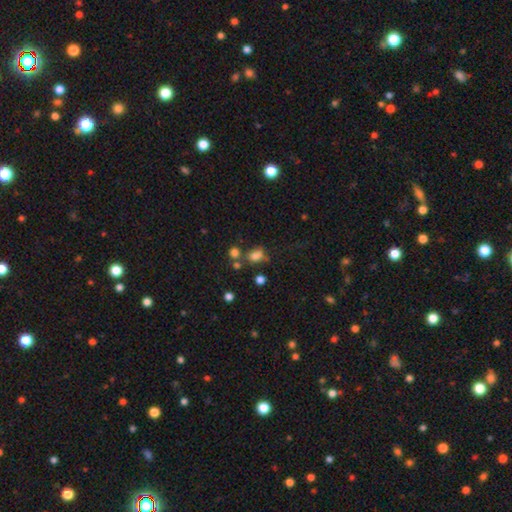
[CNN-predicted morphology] type=smooth (74%); roundness=in between (64%); merging=none (53%).